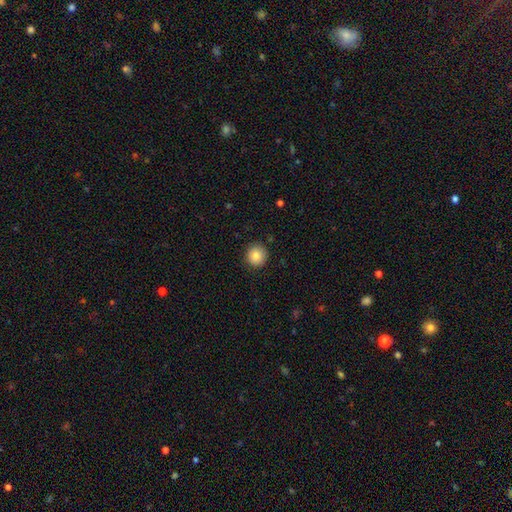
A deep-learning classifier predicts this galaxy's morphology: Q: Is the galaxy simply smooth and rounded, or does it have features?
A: smooth — 84%.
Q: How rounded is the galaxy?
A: round — 94%.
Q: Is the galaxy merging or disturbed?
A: none — 90%.